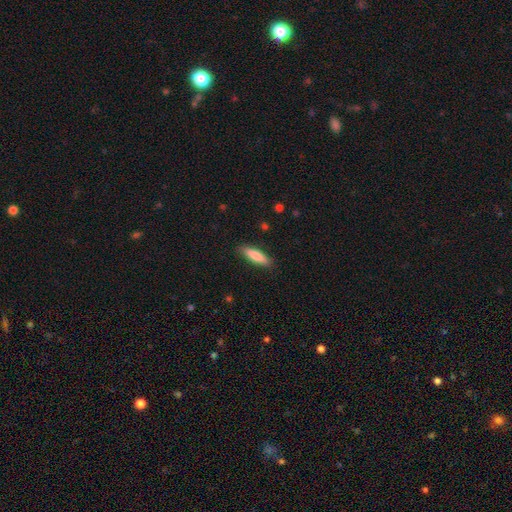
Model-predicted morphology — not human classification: Q: Smooth or featured?
A: smooth (82%); runner-up: featured or disk (12%)
Q: How rounded?
A: cigar-shaped (64%); runner-up: in between (34%)
Q: Merging?
A: none (88%); runner-up: minor disturbance (9%)